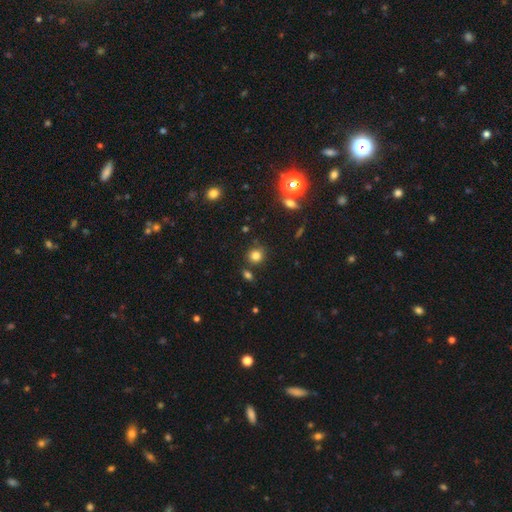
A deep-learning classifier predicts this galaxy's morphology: type=smooth (80%); roundness=round (83%); merging=none (79%).